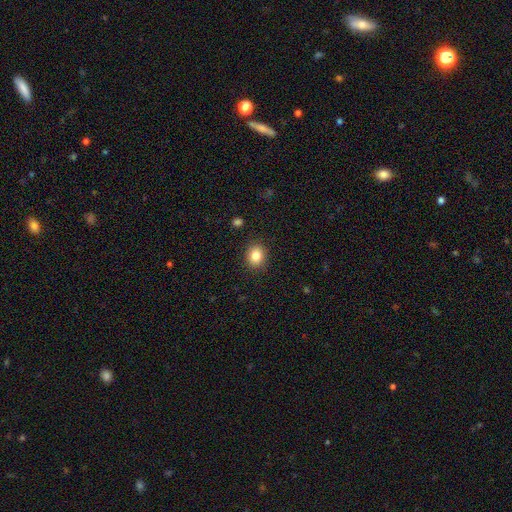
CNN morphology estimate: A smooth galaxy with no disk features (85%) that is round (59%).

Vote fractions:
- Smooth or featured? smooth: 85% / star or artifact: 10% / featured or disk: 6%
- How rounded? round: 59% / in between: 40% / cigar-shaped: 1%
- Merging? none: 89% / minor disturbance: 7% / major disturbance: 2% / merger: 1%